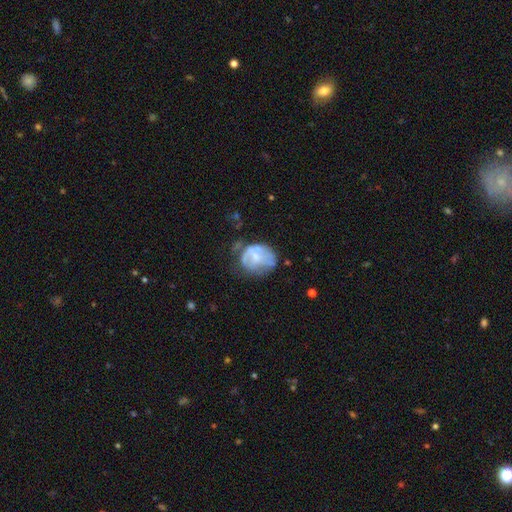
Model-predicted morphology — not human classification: smooth-or-featured: featured or disk: 48% | smooth: 42% | star or artifact: 9%
  merging: none: 37% | major disturbance: 28% | minor disturbance: 27% | merger: 7%